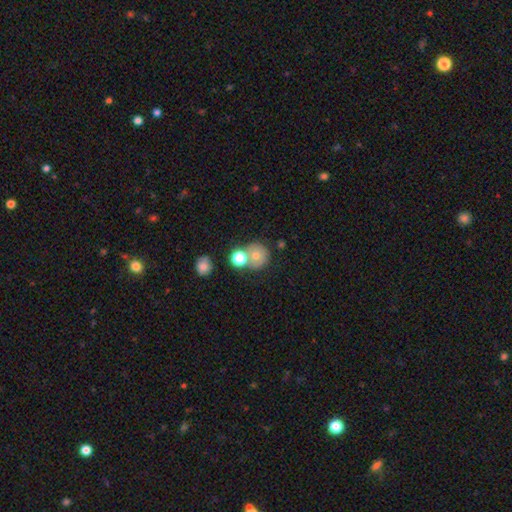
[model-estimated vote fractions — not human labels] A smooth galaxy with no disk features (73%) that is round (87%). Merging: none (50%).